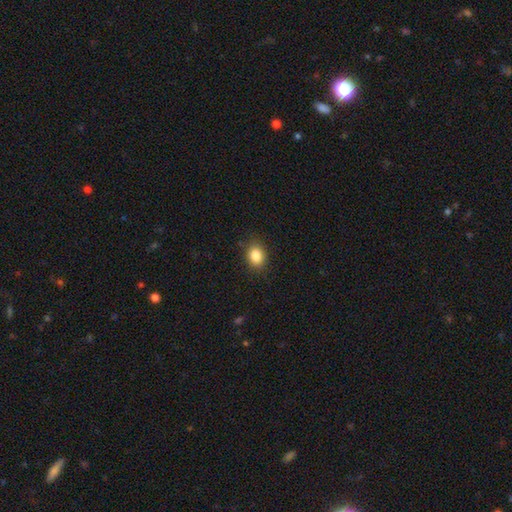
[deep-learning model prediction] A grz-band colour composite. It shows a smooth galaxy with no disk features (85%) that is in between round and cigar-shaped (57%). Merging: none (86%).